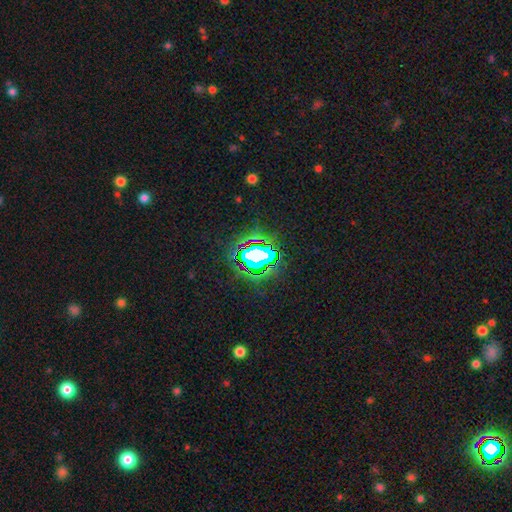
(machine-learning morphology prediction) A star or artifact, not a galaxy (68%).

Vote fractions:
- Smooth or featured? star or artifact: 68% / smooth: 18% / featured or disk: 14%